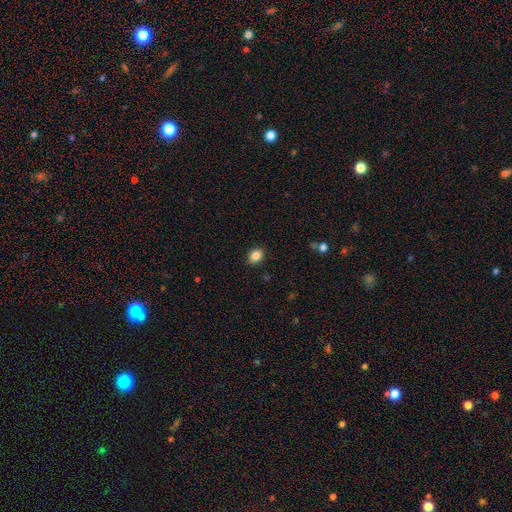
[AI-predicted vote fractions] The model was most divided on "how rounded": in between: 56%, round: 43%, cigar-shaped: 1%. More confident: merging — none (90%); smooth or featured — smooth (86%).